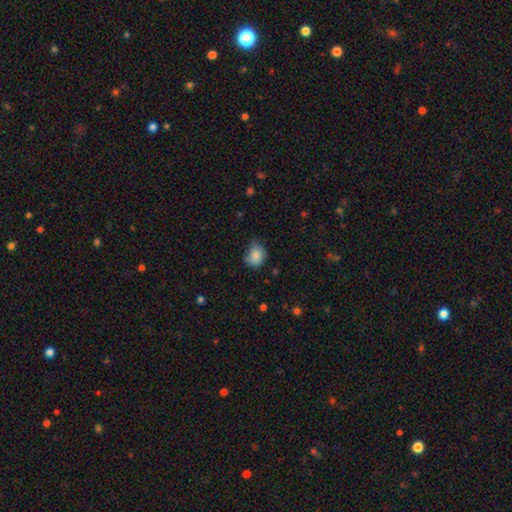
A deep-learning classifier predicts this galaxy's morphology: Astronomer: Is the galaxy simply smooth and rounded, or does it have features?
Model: smooth — 83%.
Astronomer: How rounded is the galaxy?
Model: round — 54% (runner-up: in between, 45%).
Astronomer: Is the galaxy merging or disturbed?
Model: none — 51% (runner-up: minor disturbance, 37%).